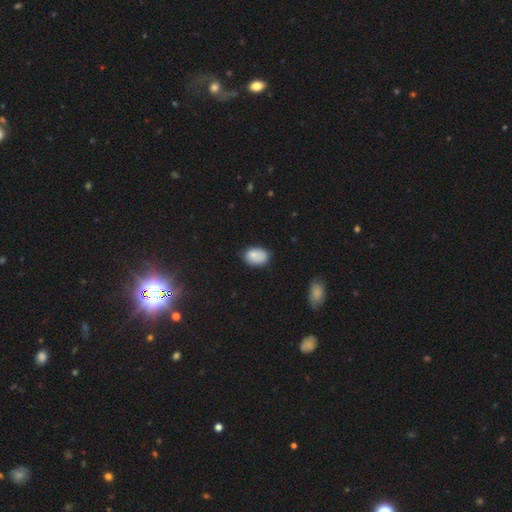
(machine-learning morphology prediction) A smooth galaxy with no disk features (82%) that is in between round and cigar-shaped (81%). Merging: none (65%).